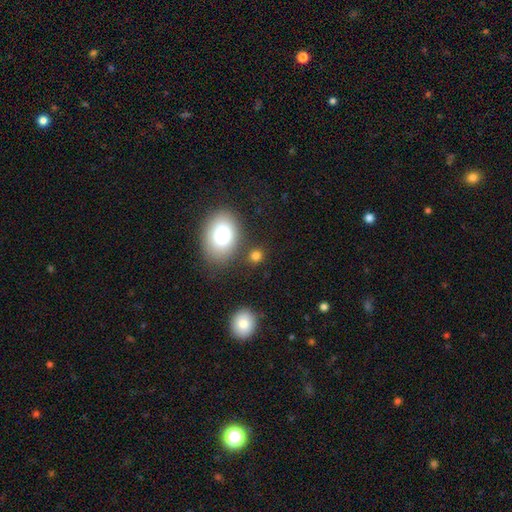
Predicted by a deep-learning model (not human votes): Smooth or featured: smooth — 76% (star or artifact — 15%)
How rounded: round — 66% (in between — 33%)
Merging: none — 75% (minor disturbance — 11%)